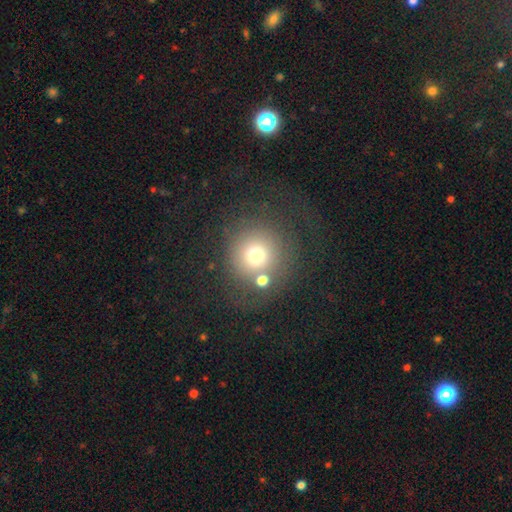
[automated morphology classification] smooth_or_featured: smooth (p=0.67) [alt: star or artifact p=0.17]
how_rounded: round (p=0.93) [alt: in between p=0.06]
merging: none (p=0.65) [alt: minor disturbance p=0.12]